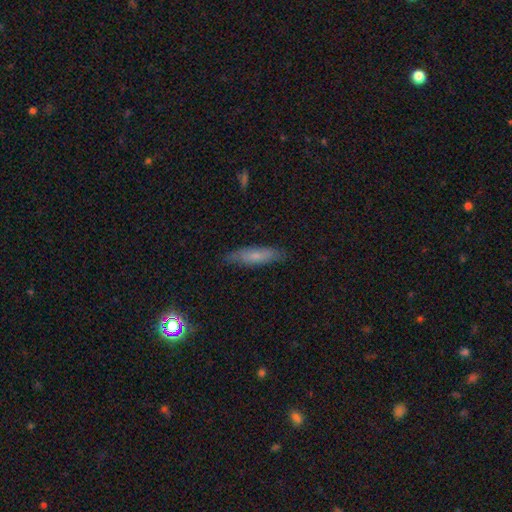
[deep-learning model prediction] Smooth or featured? smooth (63%)
How rounded? cigar-shaped (66%)
Merging? none (80%)